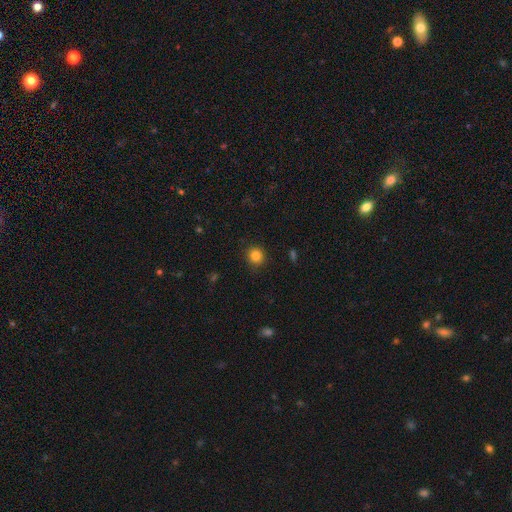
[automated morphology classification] smooth_or_featured: smooth (p=0.83) [alt: star or artifact p=0.12]
how_rounded: round (p=0.90) [alt: in between p=0.09]
merging: none (p=0.88) [alt: minor disturbance p=0.08]